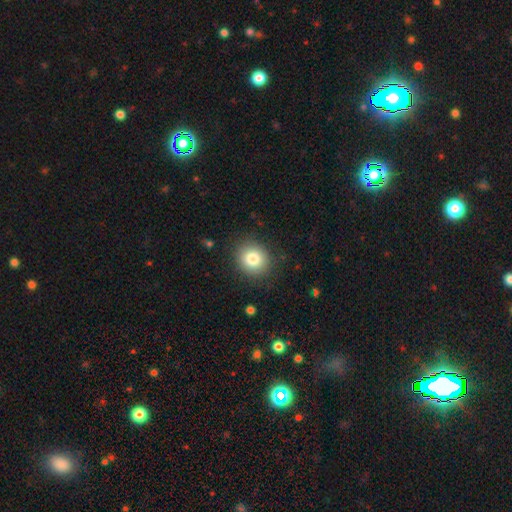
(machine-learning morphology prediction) This is clearly a smooth galaxy (82%). How rounded: clearly round (84%). Merging: clearly none (88%).